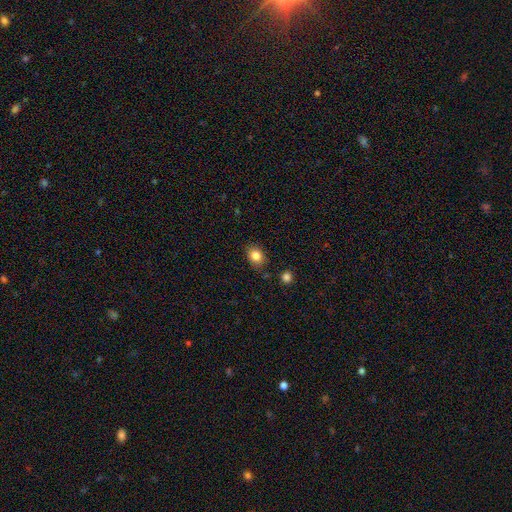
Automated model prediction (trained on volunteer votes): A smooth galaxy with no disk features (84%) that is in between round and cigar-shaped (60%).

Vote fractions:
- Smooth or featured? smooth: 84% / star or artifact: 10% / featured or disk: 7%
- How rounded? in between: 60% / round: 39% / cigar-shaped: 1%
- Merging? none: 82% / minor disturbance: 12% / major disturbance: 3% / merger: 3%